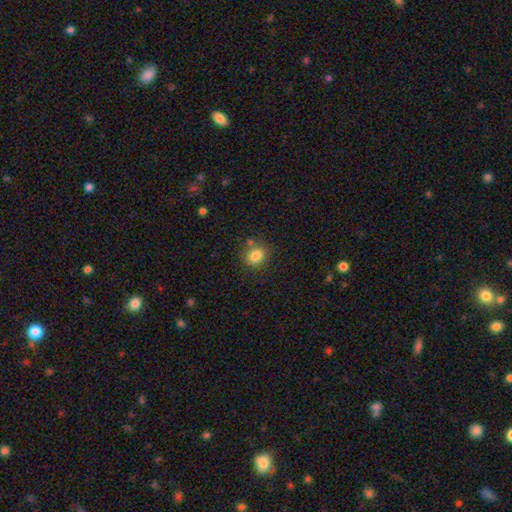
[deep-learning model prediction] smooth_or_featured: smooth (p=0.82) [alt: star or artifact p=0.11]
how_rounded: round (p=0.69) [alt: in between p=0.30]
merging: none (p=0.73) [alt: minor disturbance p=0.13]